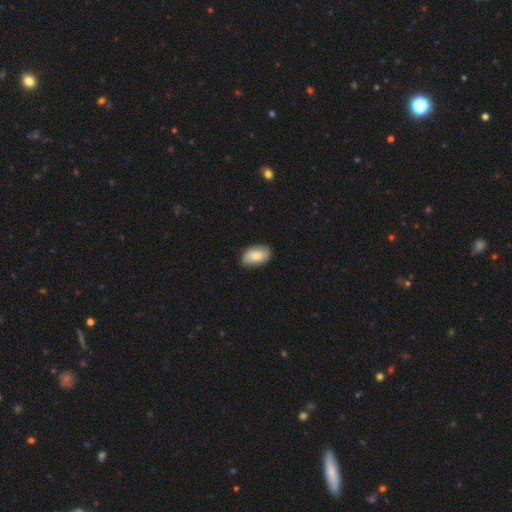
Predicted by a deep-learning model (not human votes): A smooth galaxy with no disk features (68%) that is in between round and cigar-shaped (92%).

Vote fractions:
- Smooth or featured? smooth: 68% / featured or disk: 26% / star or artifact: 6%
- How rounded? in between: 92% / round: 7% / cigar-shaped: 2%
- Merging? none: 85% / minor disturbance: 12% / major disturbance: 2% / merger: 1%